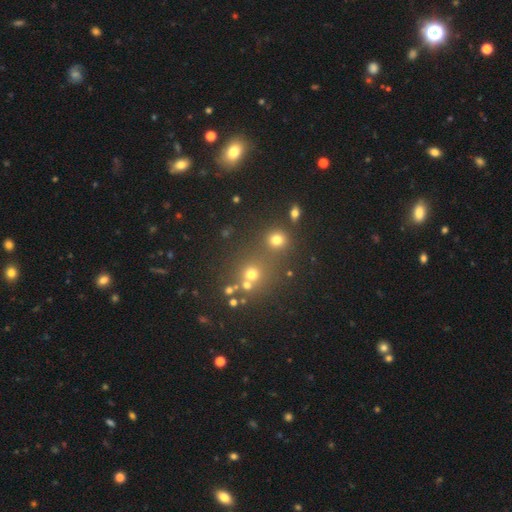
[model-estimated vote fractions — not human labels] Smooth or featured? Predicted: star or artifact (p=0.45).